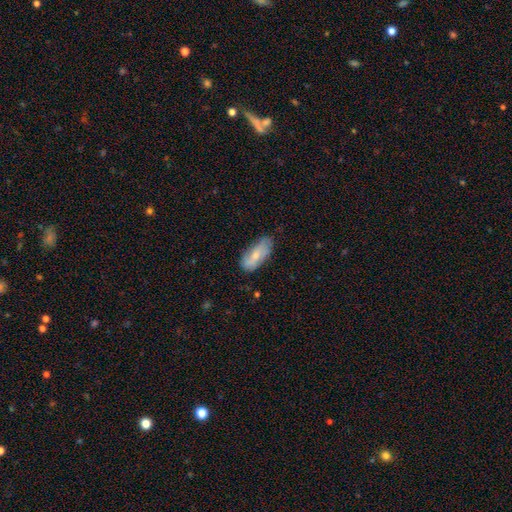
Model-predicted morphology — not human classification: This is likely a smooth galaxy (63%). How rounded: clearly in between (84%). Merging: likely none (68%).